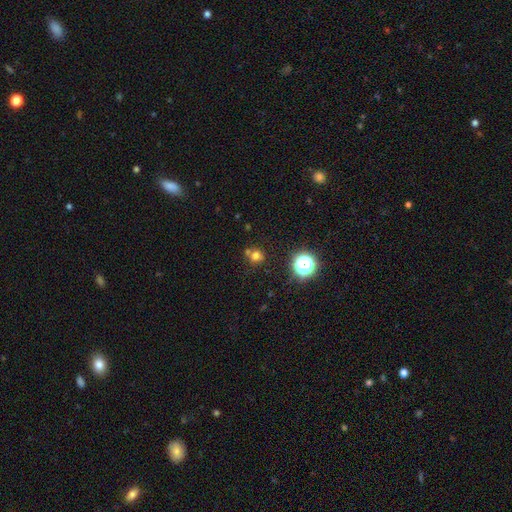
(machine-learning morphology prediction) Smooth or featured: smooth — 68% (star or artifact — 24%)
How rounded: round — 89% (in between — 10%)
Merging: none — 66% (merger — 21%)